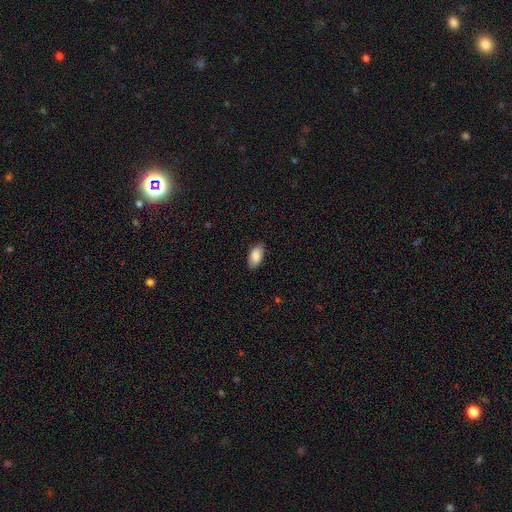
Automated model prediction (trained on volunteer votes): A smooth galaxy with no disk features (87%) that is in between round and cigar-shaped (94%). Merging: none (83%).